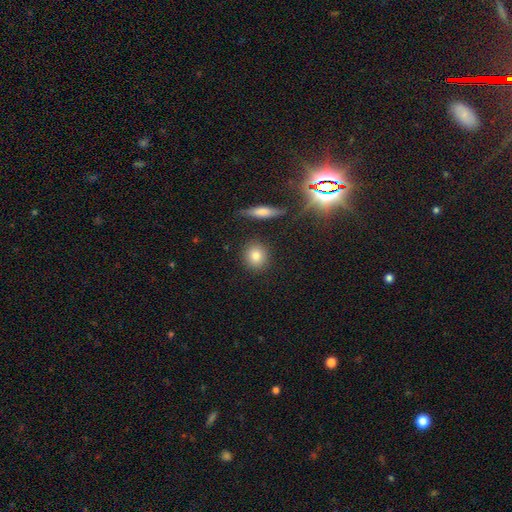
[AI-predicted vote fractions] A smooth galaxy with no disk features (81%) that is round (82%). Merging: none (87%).